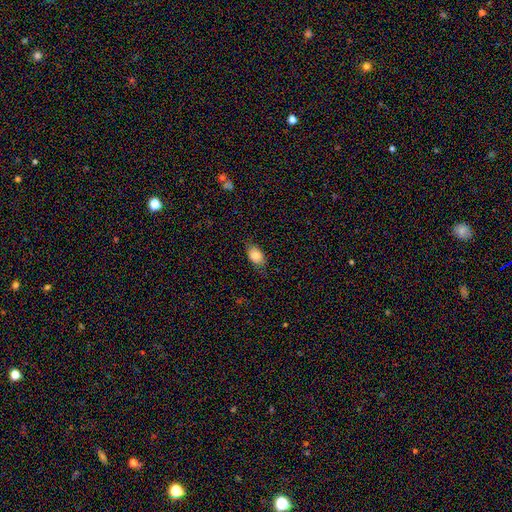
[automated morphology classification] Smooth or featured? smooth (83%)
How rounded? in between (87%)
Merging? none (78%)